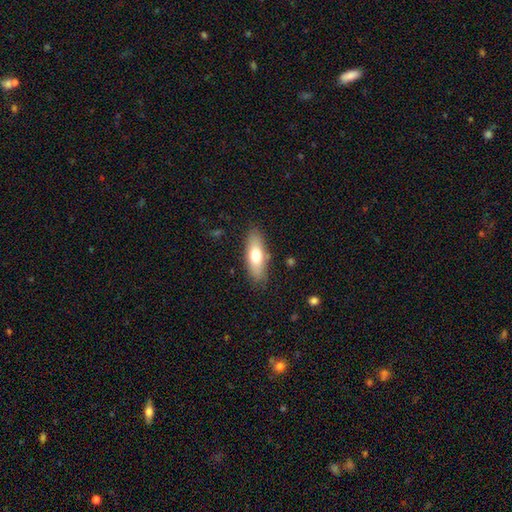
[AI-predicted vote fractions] Smooth or featured? Predicted: smooth (p=0.68). How rounded? Predicted: in between (p=0.64). Merging? Predicted: none (p=0.84).